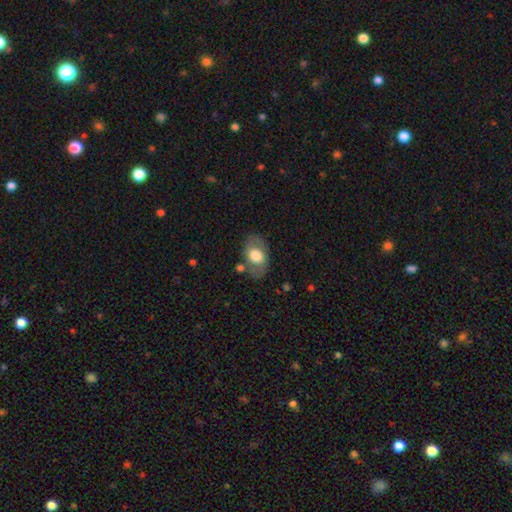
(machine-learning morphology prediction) smooth 59%, featured or disk 35%, star or artifact 6%. Down the decision tree: how rounded — in between (86%); merging — none (73%).